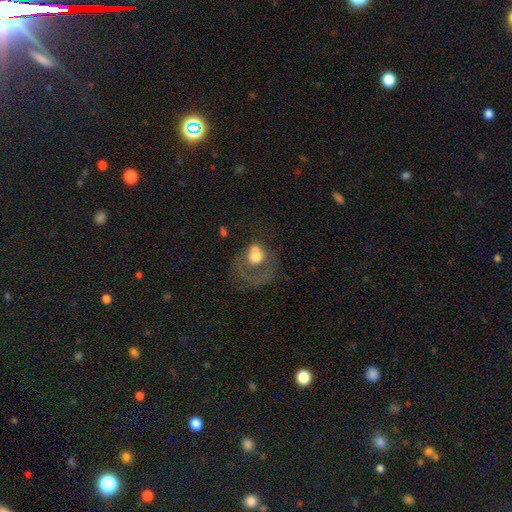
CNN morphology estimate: A featured or disk galaxy (47%). Merging: major disturbance (53%).